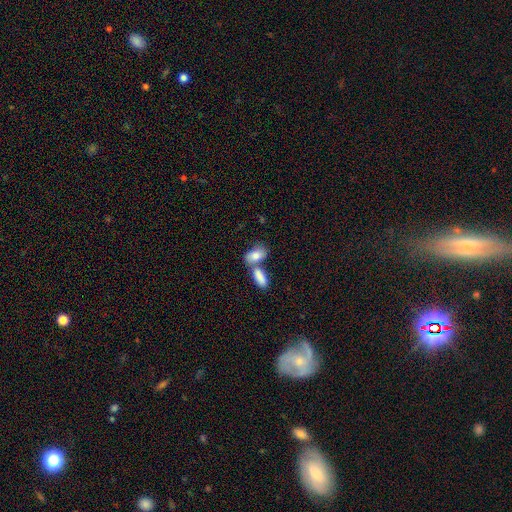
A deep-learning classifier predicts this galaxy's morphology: A smooth galaxy with no disk features (82%) that is in between round and cigar-shaped (89%). Merging: merger (53%).